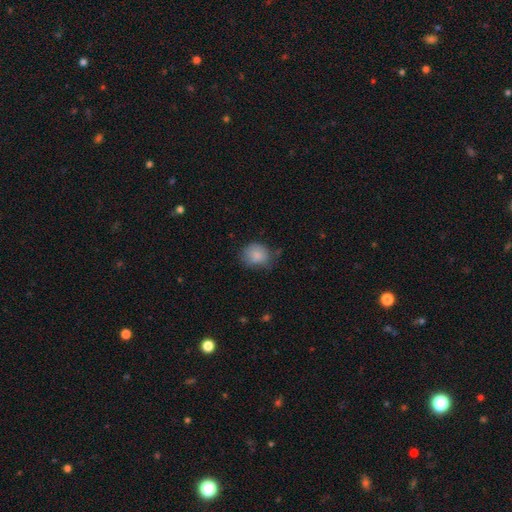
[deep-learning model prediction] The model was most divided on "merging": none: 60%, minor disturbance: 30%, major disturbance: 9%, merger: 2%. More confident: smooth or featured — smooth (82%); how rounded — round (67%).